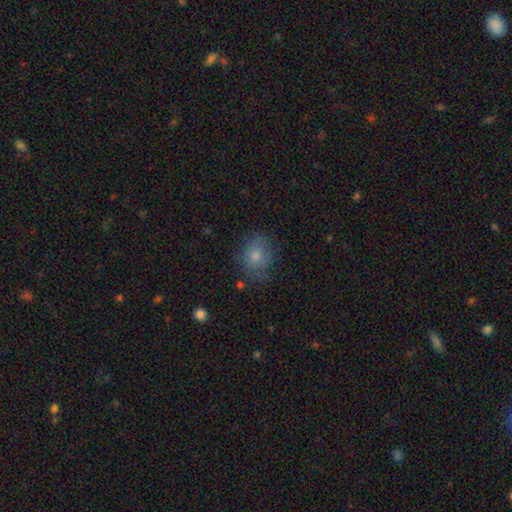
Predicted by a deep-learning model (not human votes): smooth-or-featured: smooth: 69% | featured or disk: 18% | star or artifact: 14%
  how-rounded: round: 66% | in between: 33% | cigar-shaped: 1%
  merging: none: 68% | minor disturbance: 22% | major disturbance: 8% | merger: 2%